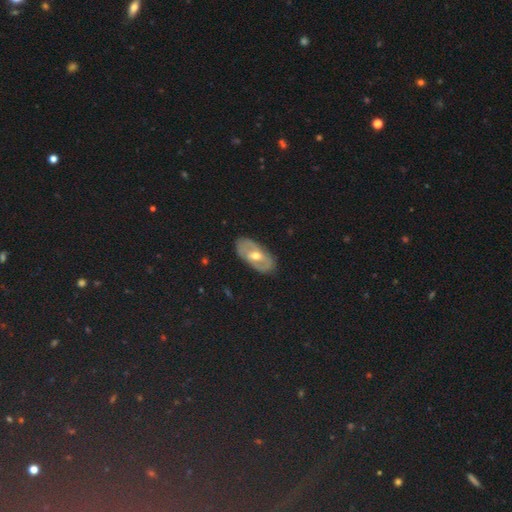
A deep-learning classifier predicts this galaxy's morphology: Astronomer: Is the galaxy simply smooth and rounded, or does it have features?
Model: featured or disk — 61%.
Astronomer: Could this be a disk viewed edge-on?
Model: no — 87%.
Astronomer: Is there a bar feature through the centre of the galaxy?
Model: no — 45% (runner-up: weak, 37%).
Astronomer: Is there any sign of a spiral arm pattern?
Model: no — 60% (runner-up: yes, 40%).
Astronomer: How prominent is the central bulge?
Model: moderate — 75%.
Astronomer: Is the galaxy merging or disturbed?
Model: none — 84%.